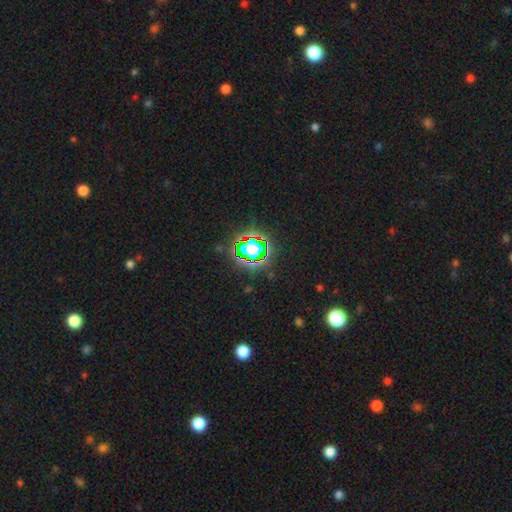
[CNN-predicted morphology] A star or artifact, not a galaxy (77%).

Vote fractions:
- Smooth or featured? star or artifact: 77% / smooth: 15% / featured or disk: 8%